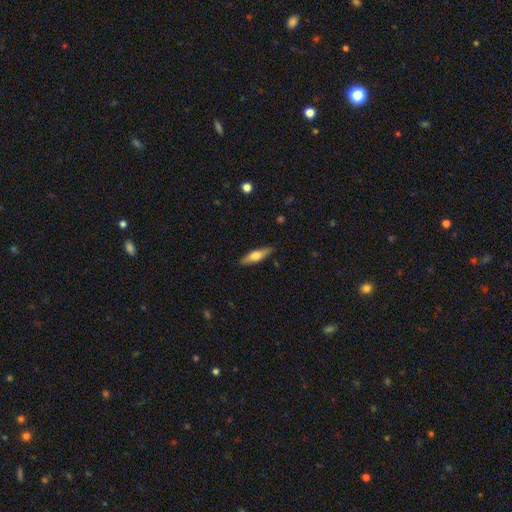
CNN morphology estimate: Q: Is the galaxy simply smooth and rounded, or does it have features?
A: smooth — 56%.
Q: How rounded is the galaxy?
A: cigar-shaped — 64%.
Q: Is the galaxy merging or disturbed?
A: none — 87%.